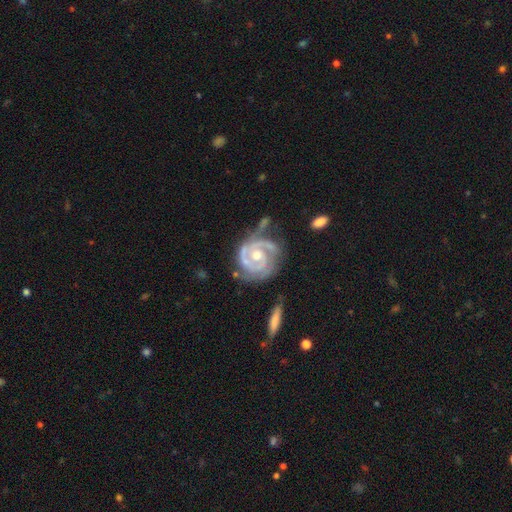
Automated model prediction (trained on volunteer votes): A featured or disk galaxy (92%) with no bar (62%), 2 (71%) tight (70%) spiral arms (98%) and a moderate central bulge (64%). Merging: none (56%).